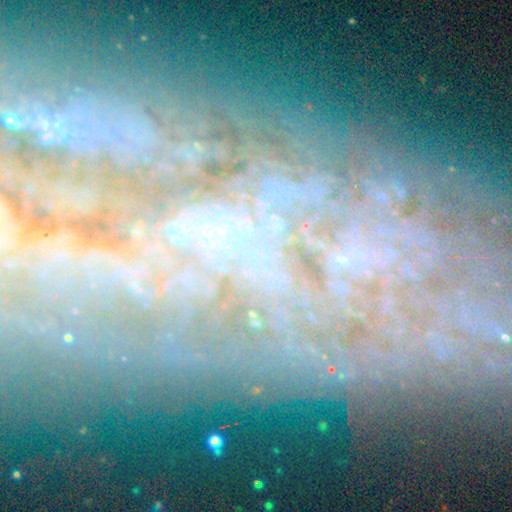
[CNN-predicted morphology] featured or disk 51%, star or artifact 35%, smooth 14%. Down the decision tree: edge-on disk — no (91%); merging — none (54%).